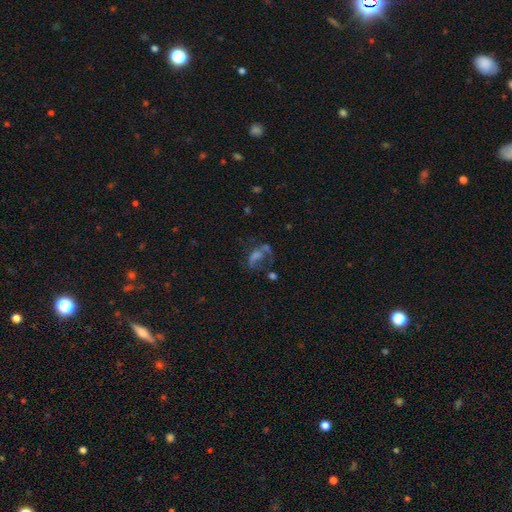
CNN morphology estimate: Smooth or featured?
  - featured or disk: 41% *
  - star or artifact: 31%
  - smooth: 29%
Merging?
  - major disturbance: 36% *
  - none: 32%
  - minor disturbance: 16%
  - merger: 15%